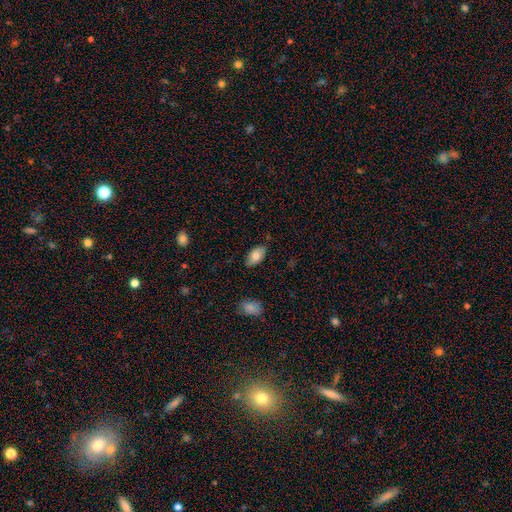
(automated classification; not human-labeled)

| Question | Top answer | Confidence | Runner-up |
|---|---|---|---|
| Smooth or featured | smooth | 77% | featured or disk (17%) |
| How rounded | in between | 94% | round (3%) |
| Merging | none | 81% | minor disturbance (15%) |